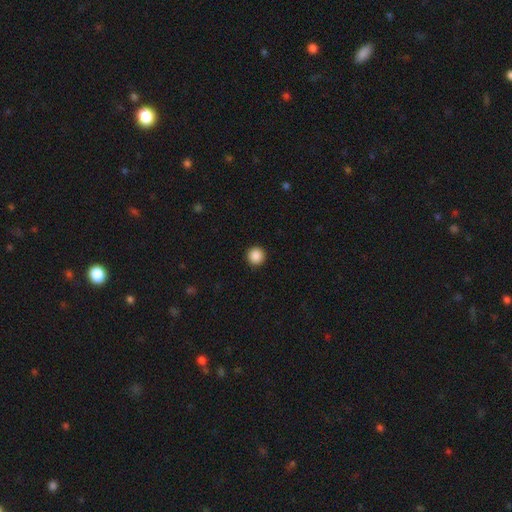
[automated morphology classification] Smooth or featured? Predicted: smooth (p=0.88). How rounded? Predicted: round (p=0.96). Merging? Predicted: none (p=0.93).